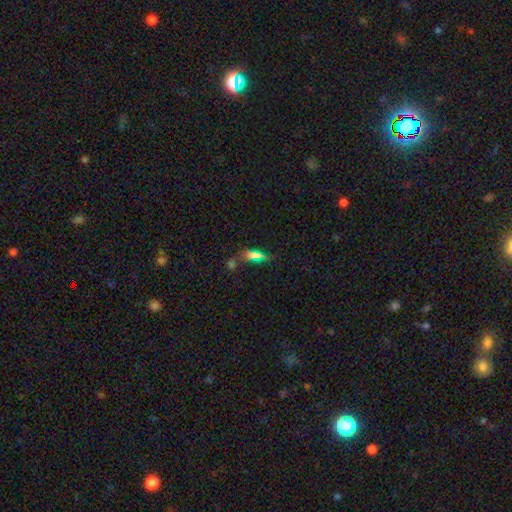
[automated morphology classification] The model was most divided on "smooth or featured": smooth: 52%, star or artifact: 32%, featured or disk: 16%. More confident: how rounded — in between (59%); merging — none (58%).